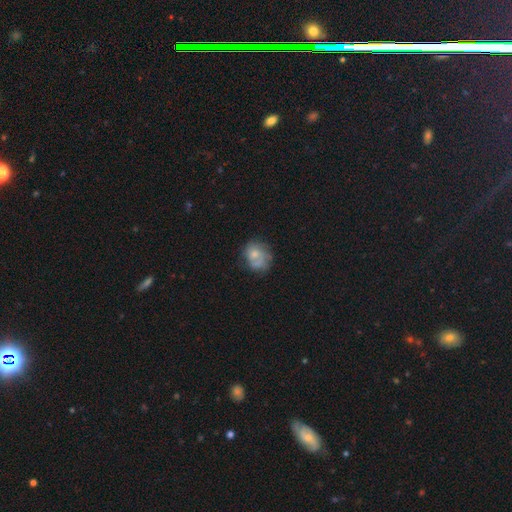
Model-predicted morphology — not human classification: The model was most divided on "smooth or featured": smooth: 51%, featured or disk: 40%, star or artifact: 9%. Remaining: how rounded — round (63%); merging — none (50%).